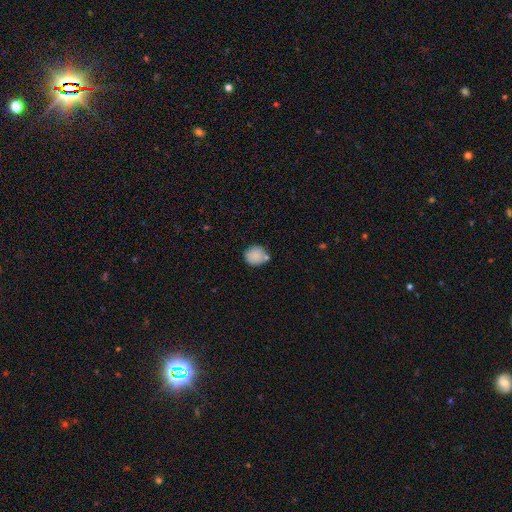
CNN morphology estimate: This is clearly a smooth galaxy (86%). How rounded: clearly round (86%). Merging: likely none (69%).